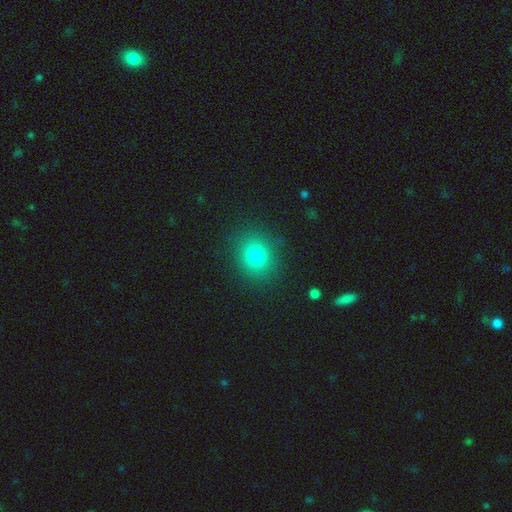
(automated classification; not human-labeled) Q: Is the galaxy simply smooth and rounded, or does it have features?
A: smooth — 80%.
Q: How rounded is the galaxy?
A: round — 70%.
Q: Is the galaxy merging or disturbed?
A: none — 87%.